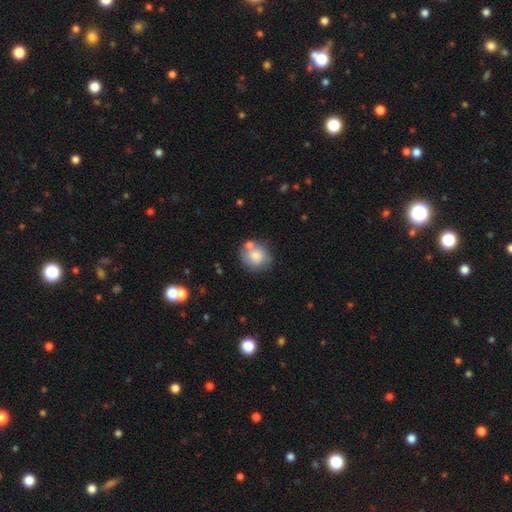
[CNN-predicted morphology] Smooth or featured?
  - smooth: 78% *
  - featured or disk: 14%
  - star or artifact: 8%
How rounded?
  - round: 83% *
  - in between: 16%
  - cigar-shaped: 1%
Merging?
  - none: 61% *
  - merger: 18%
  - minor disturbance: 16%
  - major disturbance: 5%